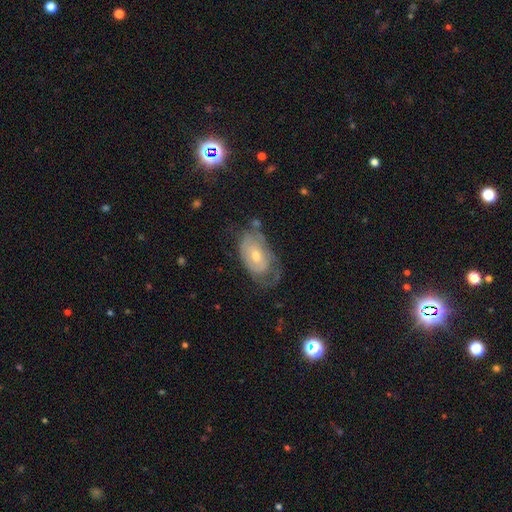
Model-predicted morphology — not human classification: Smooth or featured: featured or disk — 60% (smooth — 32%)
Edge-on disk: no — 93% (yes — 7%)
Bar: no — 70% (weak — 25%)
Spiral arms: yes — 64% (no — 36%)
Bulge size: moderate — 52% (small — 43%)
Merging: none — 43% (minor disturbance — 30%)